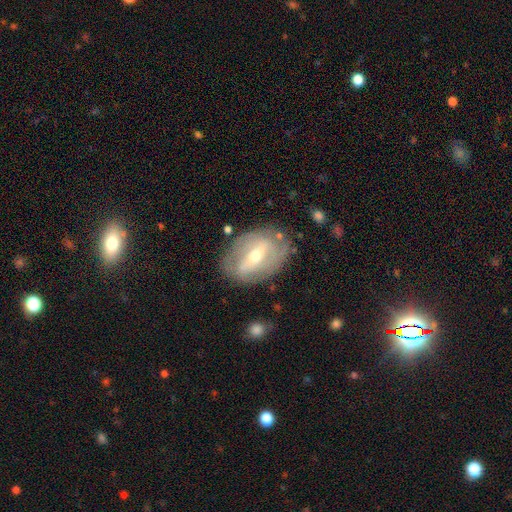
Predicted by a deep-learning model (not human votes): featured or disk 73%, smooth 21%, star or artifact 6%. Down the decision tree: edge-on disk — no (90%); bar — strong (53%); spiral arms — yes (58%); bulge size — moderate (56%); merging — none (75%).